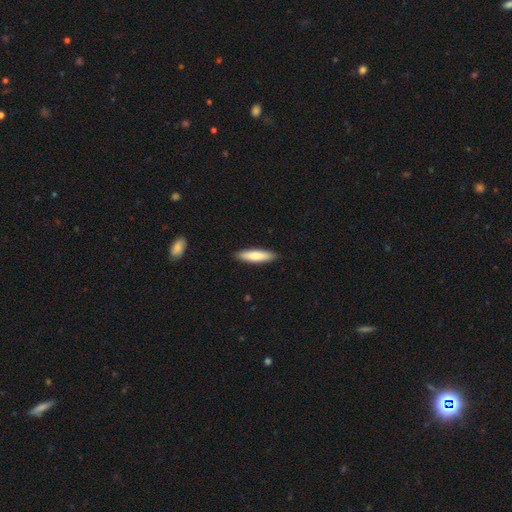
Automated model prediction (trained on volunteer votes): This is likely a smooth galaxy (75%). How rounded: likely cigar-shaped (71%). Merging: clearly none (90%).